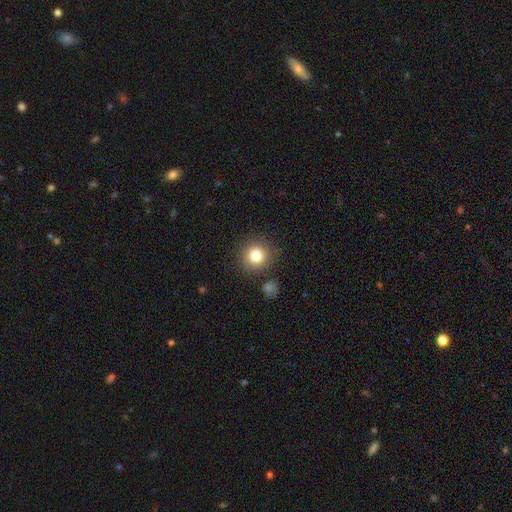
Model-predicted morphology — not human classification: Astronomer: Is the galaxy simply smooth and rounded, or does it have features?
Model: smooth — 81%.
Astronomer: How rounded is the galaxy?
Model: round — 93%.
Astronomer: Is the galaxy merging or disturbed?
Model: none — 85%.